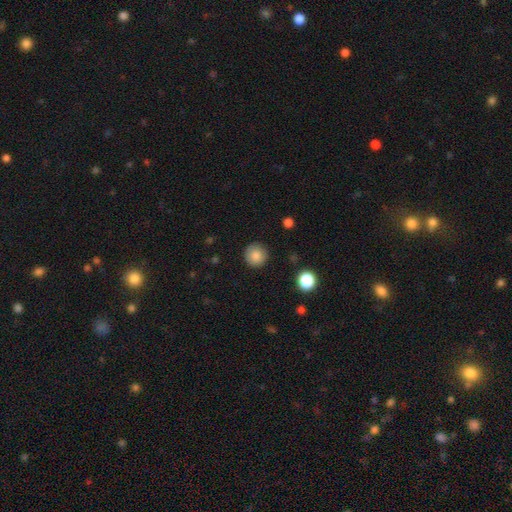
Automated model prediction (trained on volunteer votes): Morphology: type=smooth (85%); roundness=round (94%); merging=none (89%).